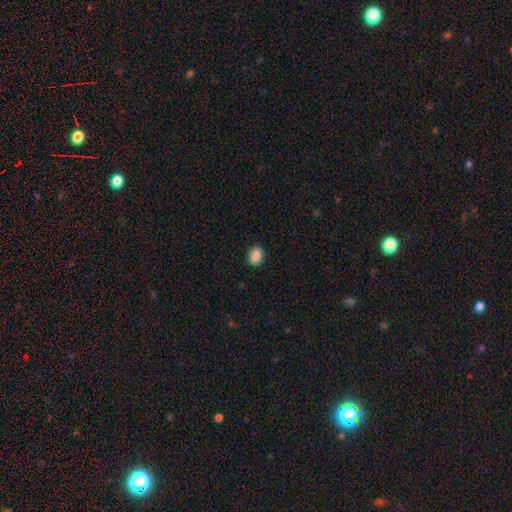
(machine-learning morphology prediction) Smooth or featured: smooth — 87% (star or artifact — 8%)
How rounded: in between — 65% (round — 34%)
Merging: none — 90% (minor disturbance — 8%)